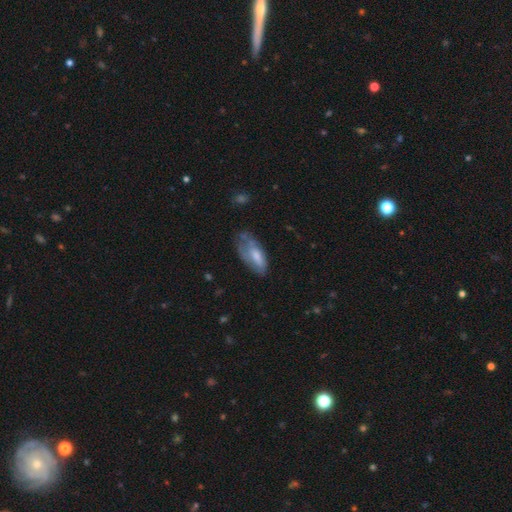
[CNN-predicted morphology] Smooth or featured: smooth — 60% (featured or disk — 33%)
How rounded: in between — 85% (cigar-shaped — 13%)
Merging: none — 38% (minor disturbance — 35%)